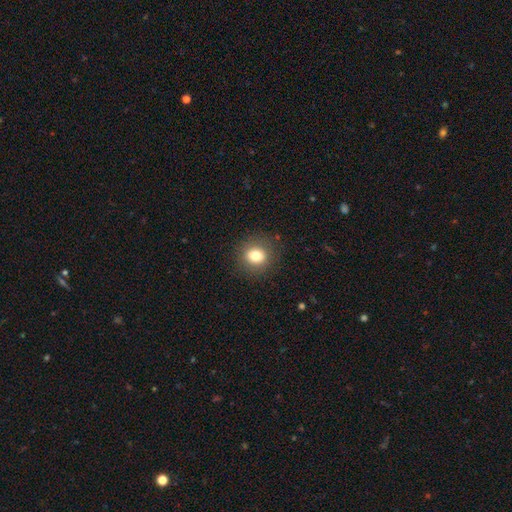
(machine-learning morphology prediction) smooth 79%, star or artifact 12%, featured or disk 9%. Down the decision tree: how rounded — round (85%); merging — none (88%).